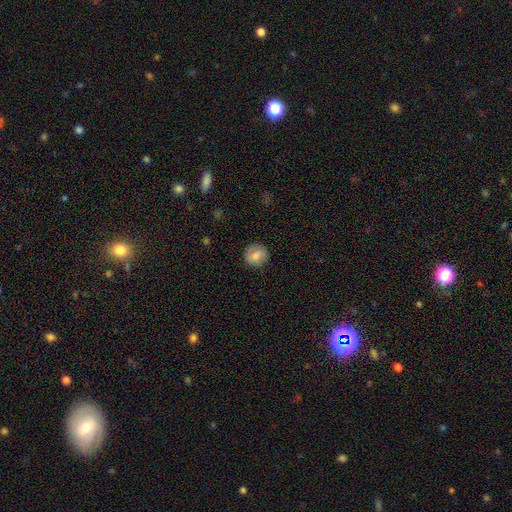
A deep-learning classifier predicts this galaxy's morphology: Overall: smooth (78%). How rounded: round (89%). Merging: none (86%).